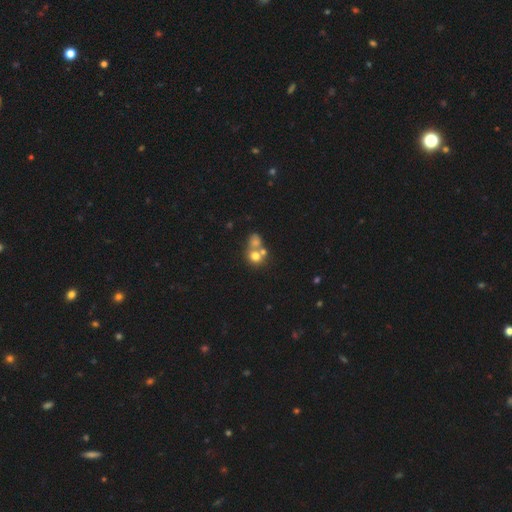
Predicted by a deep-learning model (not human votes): Overall: smooth (67%). How rounded: round (77%). Merging: merger (52%; none 35%).